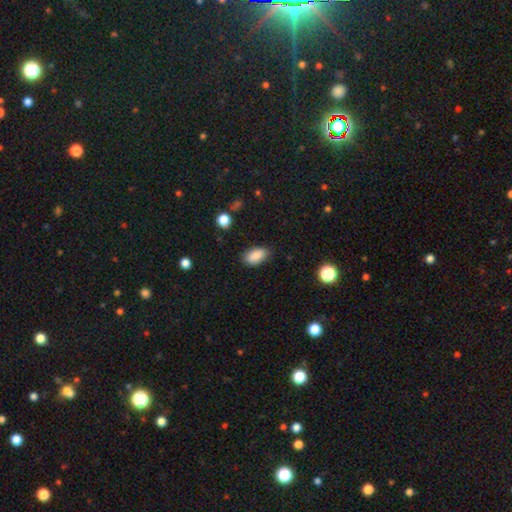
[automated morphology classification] This appears to be a smooth galaxy with no disk features (87%) that is in between round and cigar-shaped (93%). Merging: none (81%).